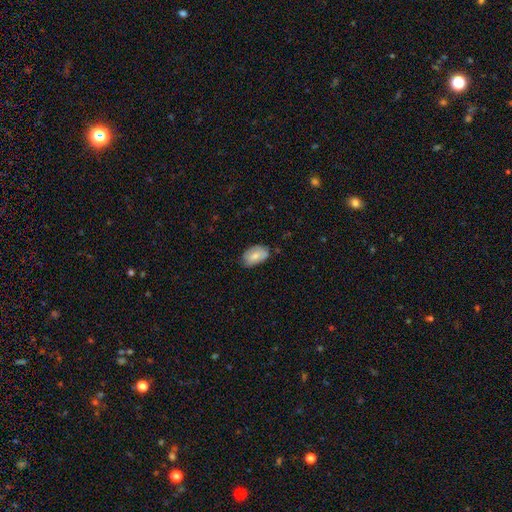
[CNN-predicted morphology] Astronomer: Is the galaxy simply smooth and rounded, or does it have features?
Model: smooth — 70%.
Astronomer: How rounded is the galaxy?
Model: in between — 92%.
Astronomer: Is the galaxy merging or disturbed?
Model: none — 66%.